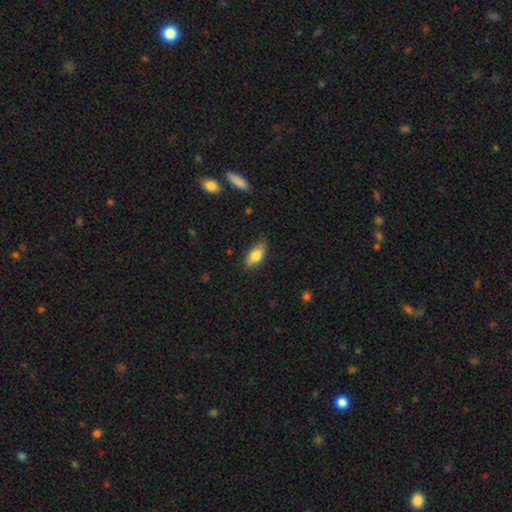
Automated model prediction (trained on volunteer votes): Q: Smooth or featured?
A: smooth (81%); runner-up: featured or disk (12%)
Q: How rounded?
A: in between (87%); runner-up: cigar-shaped (9%)
Q: Merging?
A: none (77%); runner-up: minor disturbance (19%)